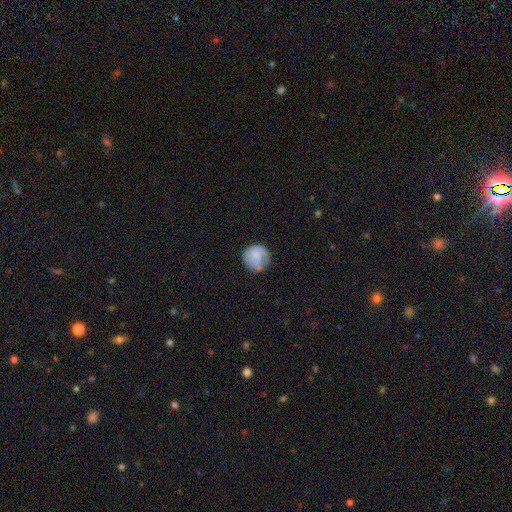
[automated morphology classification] Smooth or featured: smooth — 73% (featured or disk — 20%)
How rounded: round — 90% (in between — 9%)
Merging: none — 67% (minor disturbance — 23%)